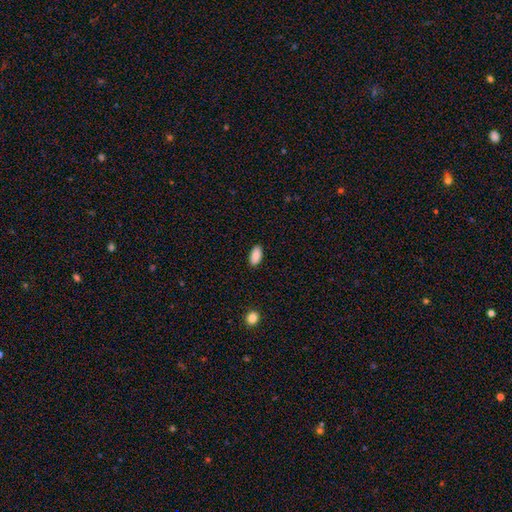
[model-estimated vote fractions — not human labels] smooth 89%, star or artifact 7%, featured or disk 4%. Down the decision tree: how rounded — in between (93%); merging — none (89%).